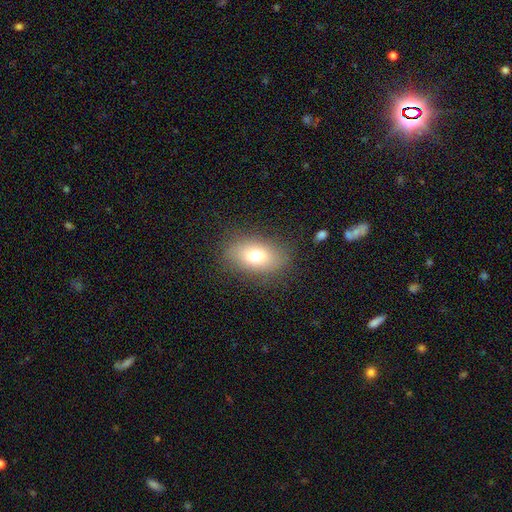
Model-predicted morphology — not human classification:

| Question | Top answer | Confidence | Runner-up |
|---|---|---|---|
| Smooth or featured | smooth | 73% | featured or disk (16%) |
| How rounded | in between | 84% | round (14%) |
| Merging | none | 83% | minor disturbance (11%) |